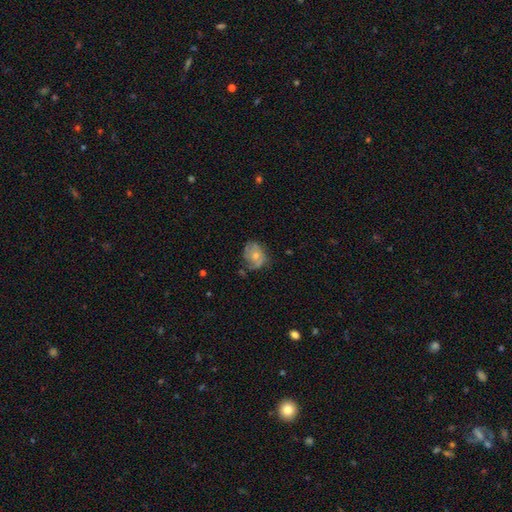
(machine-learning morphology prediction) A featured or disk galaxy (54%) with no bar (80%), spiral arms (76%) and a small central bulge (51%).

Vote fractions:
- Smooth or featured? featured or disk: 54% / smooth: 38% / star or artifact: 8%
- Edge-on disk? no: 97% / yes: 3%
- Bar? no: 80% / weak: 17% / strong: 3%
- Spiral arms? yes: 76% / no: 24%
- Bulge size? small: 51% / moderate: 43% / none: 3% / large: 2% / dominant: 1%
- Merging? none: 54% / minor disturbance: 29% / major disturbance: 14% / merger: 3%